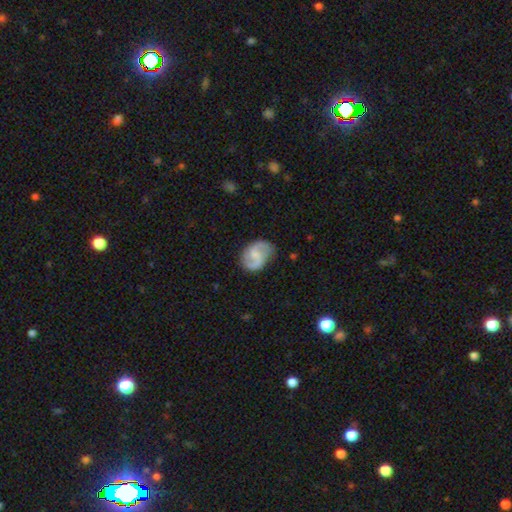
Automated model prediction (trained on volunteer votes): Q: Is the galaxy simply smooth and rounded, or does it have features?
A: featured or disk — 77%.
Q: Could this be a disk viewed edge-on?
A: no — 98%.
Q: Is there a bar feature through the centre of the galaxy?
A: weak — 52%.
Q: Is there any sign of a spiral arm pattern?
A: yes — 94%.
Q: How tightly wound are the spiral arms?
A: medium — 50%.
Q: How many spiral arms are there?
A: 2 — 89%.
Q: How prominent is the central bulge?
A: small — 40%.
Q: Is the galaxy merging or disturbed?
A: none — 74%.